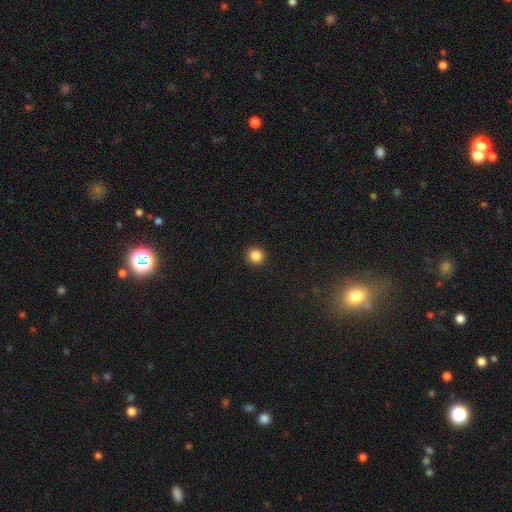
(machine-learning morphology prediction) Smooth or featured? Predicted: smooth (p=0.86). How rounded? Predicted: round (p=0.92). Merging? Predicted: none (p=0.92).